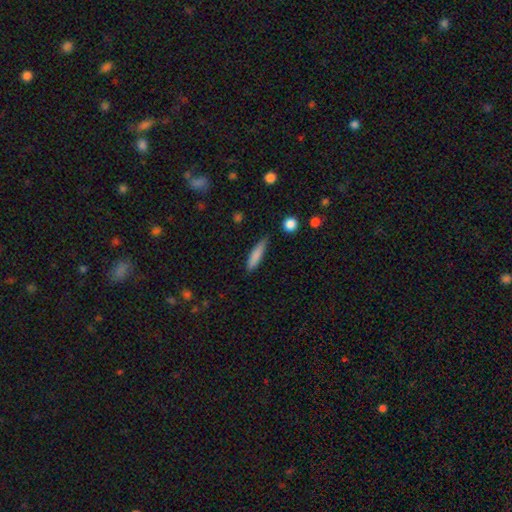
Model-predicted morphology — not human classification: A smooth galaxy with no disk features (82%) that is cigar-shaped (79%).

Vote fractions:
- Smooth or featured? smooth: 82% / featured or disk: 11% / star or artifact: 7%
- How rounded? cigar-shaped: 79% / in between: 19% / round: 2%
- Merging? none: 76% / minor disturbance: 19% / major disturbance: 3% / merger: 2%